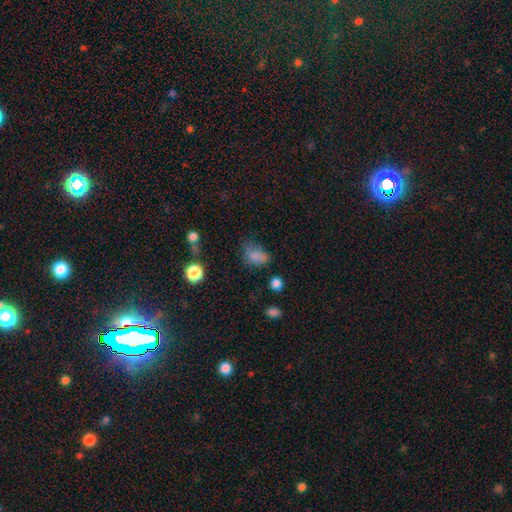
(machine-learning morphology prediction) smooth-or-featured: smooth: 77% | star or artifact: 14% | featured or disk: 9%
  how-rounded: in between: 79% | round: 19% | cigar-shaped: 2%
  merging: none: 41% | minor disturbance: 33% | major disturbance: 22% | merger: 4%